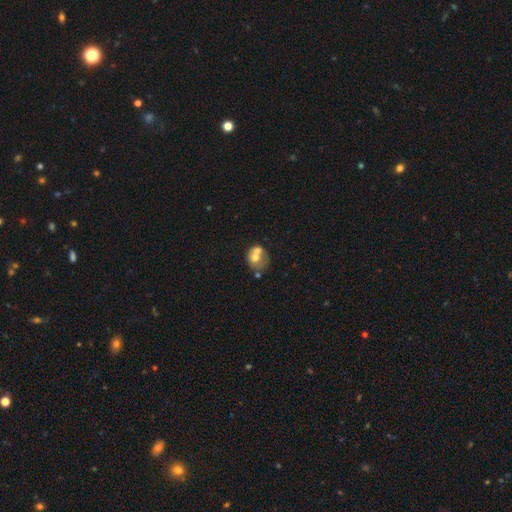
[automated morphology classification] Smooth or featured?
  - smooth: 57% *
  - featured or disk: 34%
  - star or artifact: 9%
How rounded?
  - round: 63% *
  - in between: 36%
  - cigar-shaped: 1%
Merging?
  - merger: 52% *
  - none: 29%
  - minor disturbance: 12%
  - major disturbance: 7%